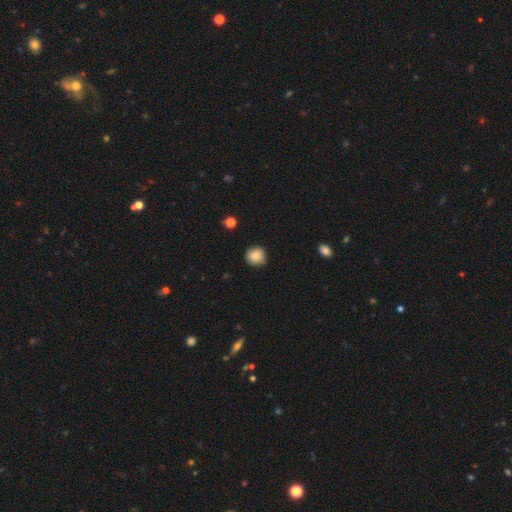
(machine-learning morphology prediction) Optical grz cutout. It shows a smooth galaxy with no disk features (84%) that is round (92%). Merging: none (85%).